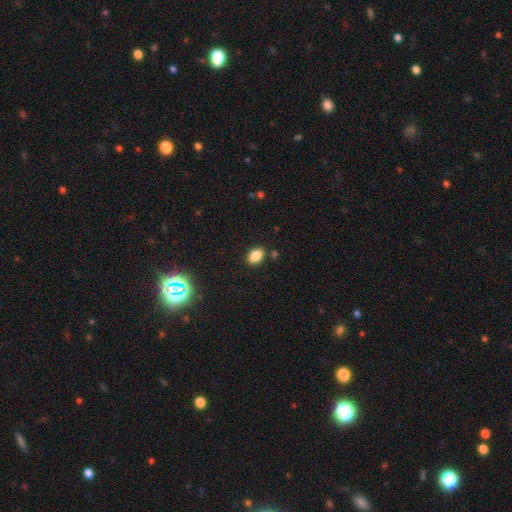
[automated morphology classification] Smooth or featured?
  - smooth: 85% *
  - star or artifact: 10%
  - featured or disk: 5%
How rounded?
  - in between: 77% *
  - round: 22%
  - cigar-shaped: 1%
Merging?
  - none: 85% *
  - minor disturbance: 10%
  - merger: 3%
  - major disturbance: 2%